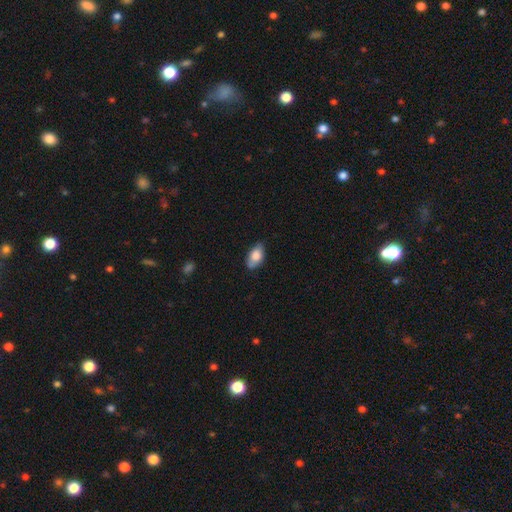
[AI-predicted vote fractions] The model was most divided on "merging": none: 77%, minor disturbance: 18%, major disturbance: 3%, merger: 1%. More confident: how rounded — in between (92%); smooth or featured — smooth (80%).